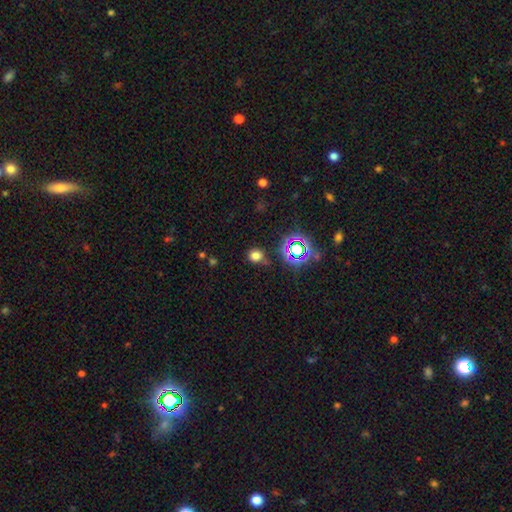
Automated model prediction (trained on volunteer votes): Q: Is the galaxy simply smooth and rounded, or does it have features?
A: smooth — 68%.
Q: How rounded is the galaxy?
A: round — 74%.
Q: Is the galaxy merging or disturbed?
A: none — 75%.